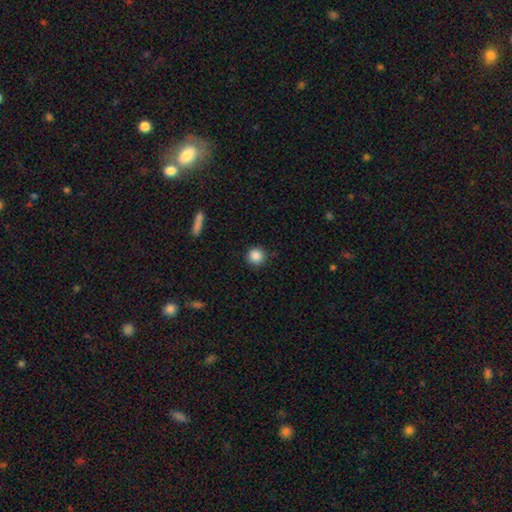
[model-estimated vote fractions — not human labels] smooth-or-featured: smooth: 87% | star or artifact: 9% | featured or disk: 3%
  how-rounded: round: 94% | in between: 5% | cigar-shaped: 1%
  merging: none: 89% | minor disturbance: 7% | major disturbance: 2% | merger: 1%